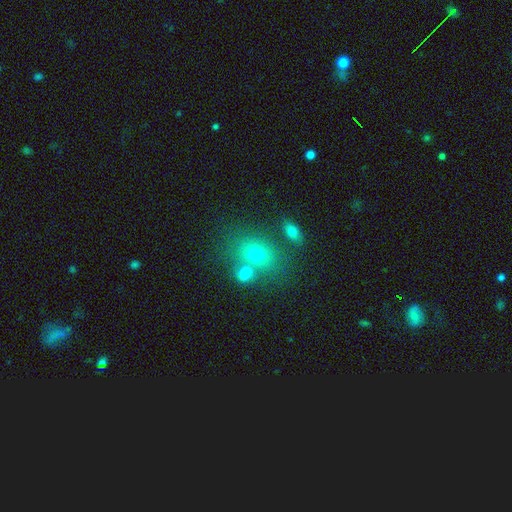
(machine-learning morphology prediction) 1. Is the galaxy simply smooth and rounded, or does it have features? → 68% smooth, 17% featured or disk, 15% star or artifact.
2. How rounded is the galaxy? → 54% in between, 44% round, 1% cigar-shaped.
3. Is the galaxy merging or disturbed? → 53% none, 29% merger, 12% minor disturbance, 5% major disturbance.